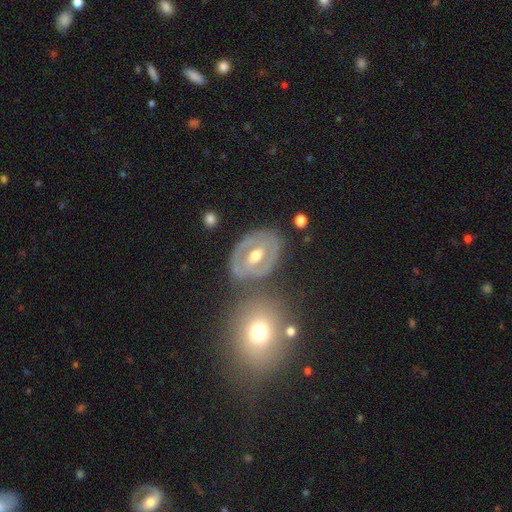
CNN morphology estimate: Overall: featured or disk (71%). Edge-on disk: no (95%). Bar: weak (39%; no 36%). Spiral arms: no (53%; yes 47%). Bulge size: moderate (75%). Merging: none (70%).